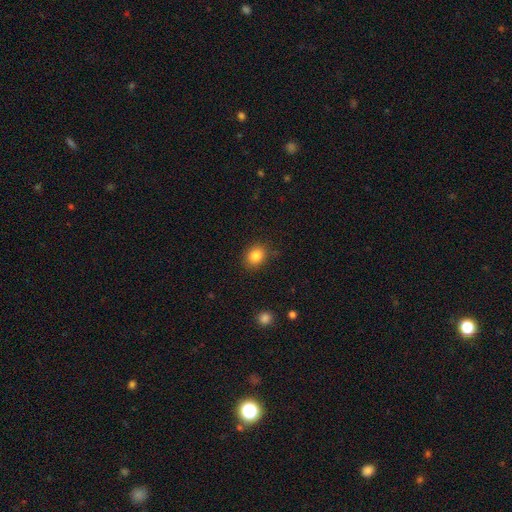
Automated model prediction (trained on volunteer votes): smooth 85%, star or artifact 10%, featured or disk 5%. Down the decision tree: how rounded — round (56%); merging — none (84%).